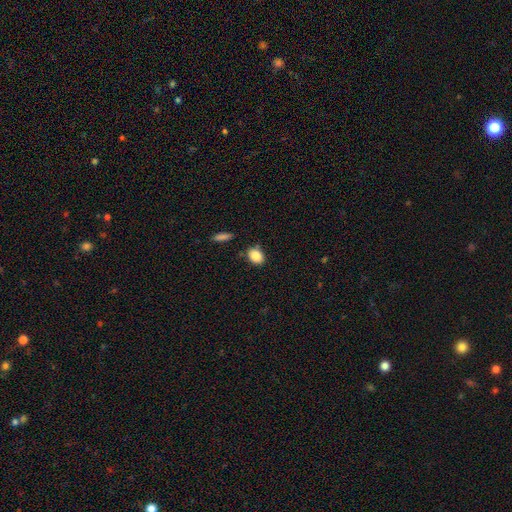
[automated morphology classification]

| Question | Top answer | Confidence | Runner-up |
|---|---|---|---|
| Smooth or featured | smooth | 86% | star or artifact (8%) |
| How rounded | in between | 64% | round (35%) |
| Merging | none | 79% | minor disturbance (13%) |